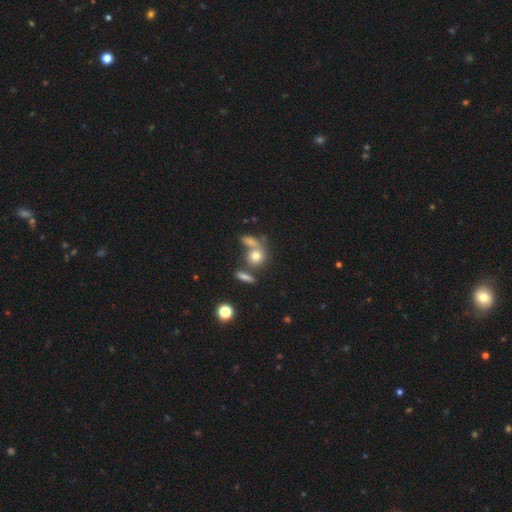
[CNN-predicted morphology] smooth_or_featured: smooth (p=0.74) [alt: featured or disk p=0.14]
how_rounded: round (p=0.69) [alt: in between p=0.27]
merging: none (p=0.48) [alt: merger p=0.35]